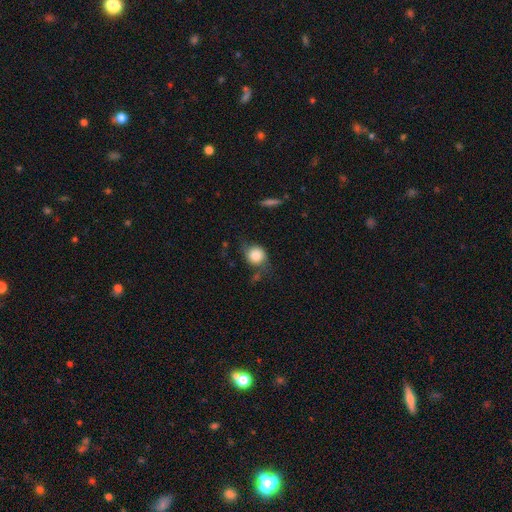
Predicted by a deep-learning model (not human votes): smooth_or_featured: smooth (p=0.75) [alt: featured or disk p=0.17]
how_rounded: round (p=0.81) [alt: in between p=0.18]
merging: none (p=0.52) [alt: minor disturbance p=0.29]